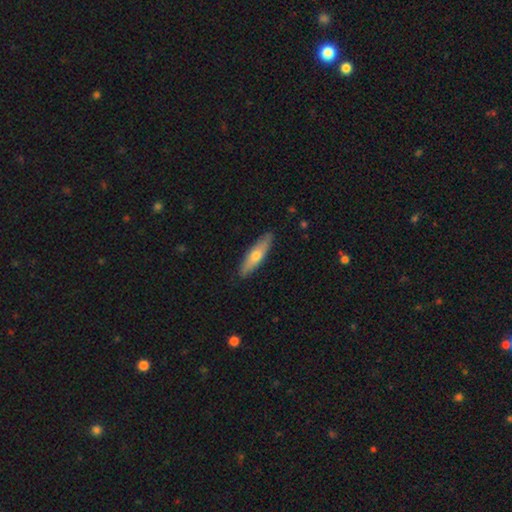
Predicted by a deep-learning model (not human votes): smooth 59%, featured or disk 36%, star or artifact 5%. Down the decision tree: how rounded — cigar-shaped (72%); merging — none (89%).